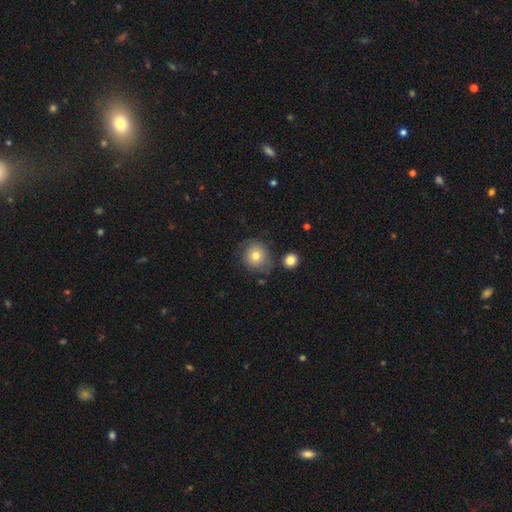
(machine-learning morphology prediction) smooth-or-featured: smooth: 74% | featured or disk: 16% | star or artifact: 10%
  how-rounded: round: 89% | in between: 10% | cigar-shaped: 1%
  merging: none: 73% | minor disturbance: 16% | major disturbance: 6% | merger: 5%